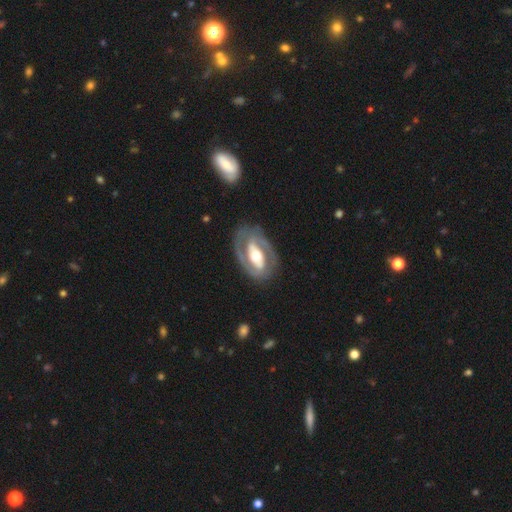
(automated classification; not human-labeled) Q: Smooth or featured?
A: featured or disk (84%); runner-up: smooth (12%)
Q: Edge-on disk?
A: no (95%); runner-up: yes (5%)
Q: Bar?
A: strong (49%); runner-up: weak (27%)
Q: Spiral arms?
A: yes (79%); runner-up: no (21%)
Q: Spiral winding?
A: tight (45%); runner-up: medium (42%)
Q: Spiral arm count?
A: 2 (86%); runner-up: can't tell (6%)
Q: Bulge size?
A: moderate (66%); runner-up: large (22%)
Q: Merging?
A: none (80%); runner-up: minor disturbance (13%)